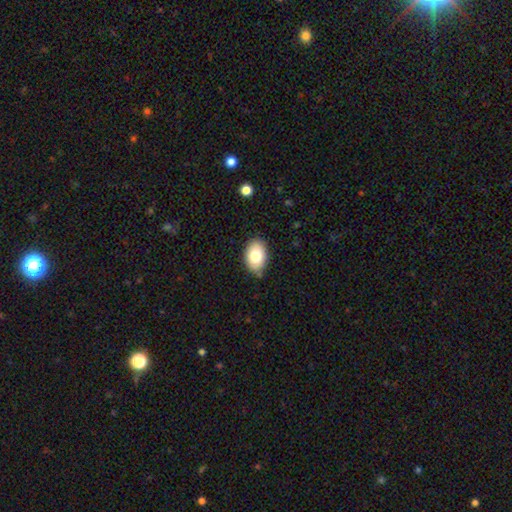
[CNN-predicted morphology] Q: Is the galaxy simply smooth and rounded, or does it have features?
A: smooth — 80%.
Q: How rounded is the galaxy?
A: in between — 85%.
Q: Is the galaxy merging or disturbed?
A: none — 83%.